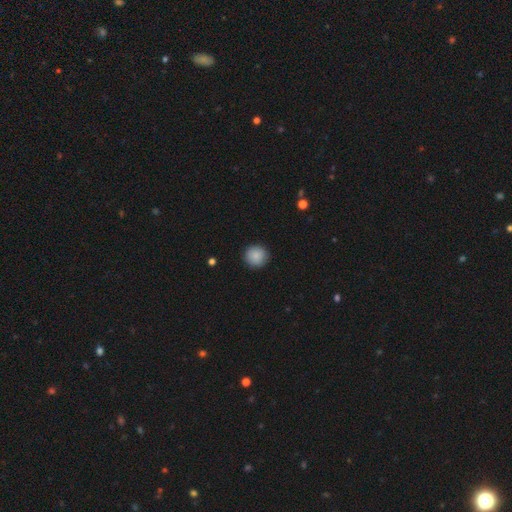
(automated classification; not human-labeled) This appears to be a smooth galaxy with no disk features (88%) that is round (94%). Merging: none (91%).